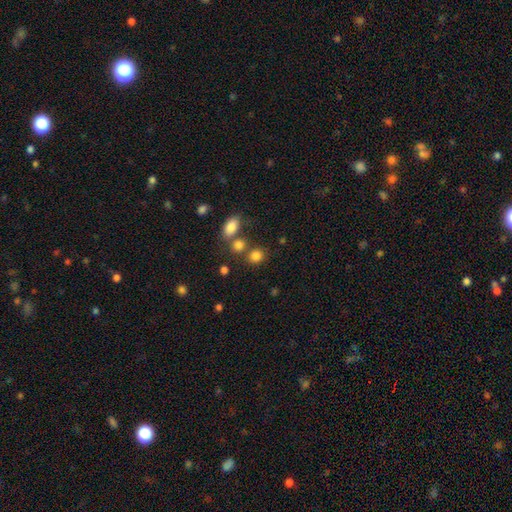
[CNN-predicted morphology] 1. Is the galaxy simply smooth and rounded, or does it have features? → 83% smooth, 12% star or artifact, 6% featured or disk.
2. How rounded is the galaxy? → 68% round, 31% in between, 1% cigar-shaped.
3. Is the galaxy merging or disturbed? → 65% none, 20% merger, 11% minor disturbance, 5% major disturbance.